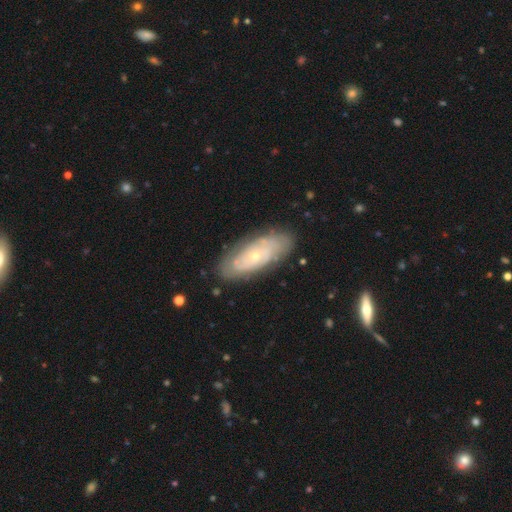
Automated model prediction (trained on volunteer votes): A featured or disk galaxy (70%) with no bar (84%), spiral arms (73%) and a small central bulge (73%).

Vote fractions:
- Smooth or featured? featured or disk: 70% / smooth: 24% / star or artifact: 6%
- Edge-on disk? no: 88% / yes: 12%
- Bar? no: 84% / weak: 13% / strong: 3%
- Spiral arms? yes: 73% / no: 27%
- Bulge size? small: 73% / moderate: 24% / large: 1% / none: 1% / dominant: 1%
- Merging? none: 81% / minor disturbance: 14% / major disturbance: 3% / merger: 1%